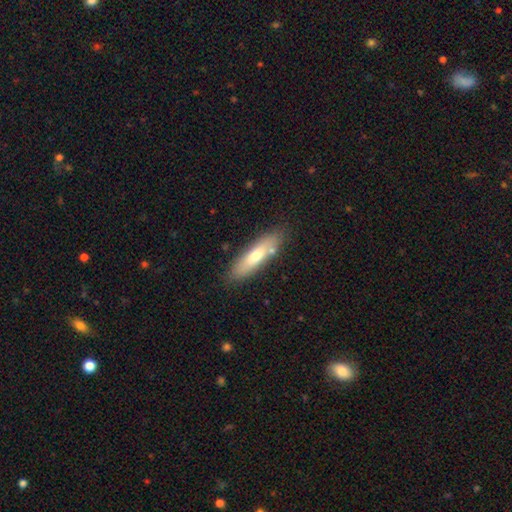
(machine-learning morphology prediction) This is likely a smooth galaxy (64%). How rounded: likely cigar-shaped (63%). Merging: likely none (80%).